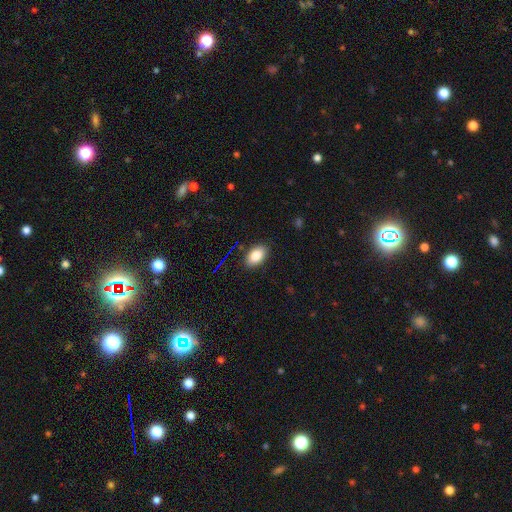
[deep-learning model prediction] smooth-or-featured: smooth: 85% | star or artifact: 8% | featured or disk: 6%
  how-rounded: in between: 91% | round: 8% | cigar-shaped: 1%
  merging: none: 87% | minor disturbance: 9% | major disturbance: 2% | merger: 1%